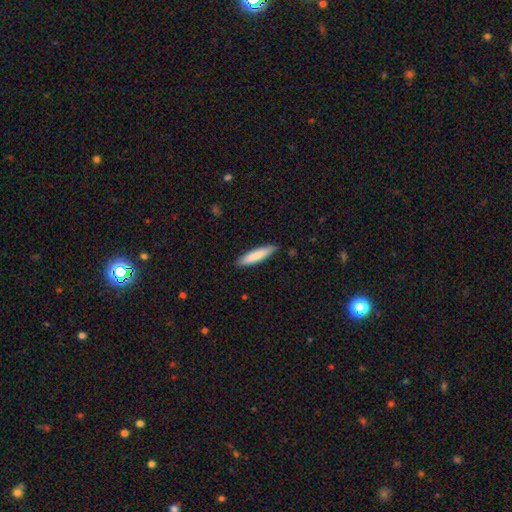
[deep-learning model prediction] Q: Smooth or featured?
A: smooth (82%); runner-up: featured or disk (12%)
Q: How rounded?
A: cigar-shaped (81%); runner-up: in between (18%)
Q: Merging?
A: none (85%); runner-up: minor disturbance (12%)